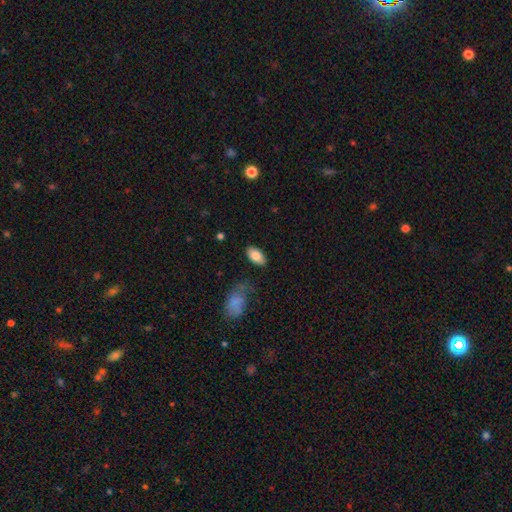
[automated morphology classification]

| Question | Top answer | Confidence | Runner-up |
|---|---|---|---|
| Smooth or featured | smooth | 83% | featured or disk (10%) |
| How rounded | in between | 94% | round (3%) |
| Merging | none | 82% | minor disturbance (12%) |